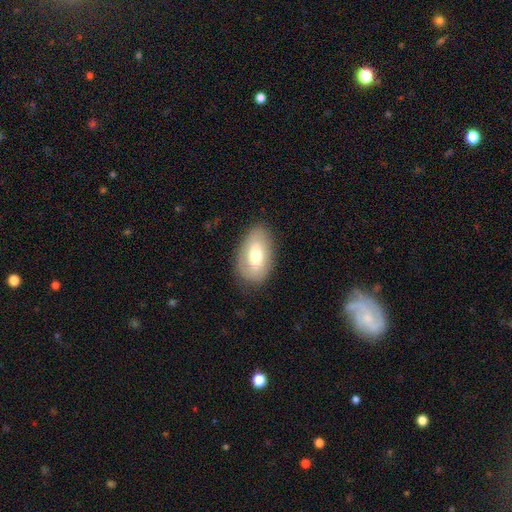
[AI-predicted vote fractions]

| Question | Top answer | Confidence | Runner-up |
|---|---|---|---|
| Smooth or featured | smooth | 63% | featured or disk (30%) |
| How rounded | in between | 92% | round (6%) |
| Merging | none | 81% | minor disturbance (14%) |